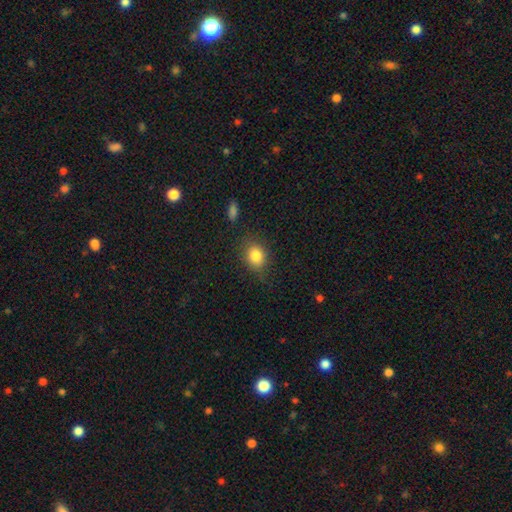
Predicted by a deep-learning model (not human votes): Overall: smooth (83%). How rounded: round (50%; in between 49%). Merging: none (78%).